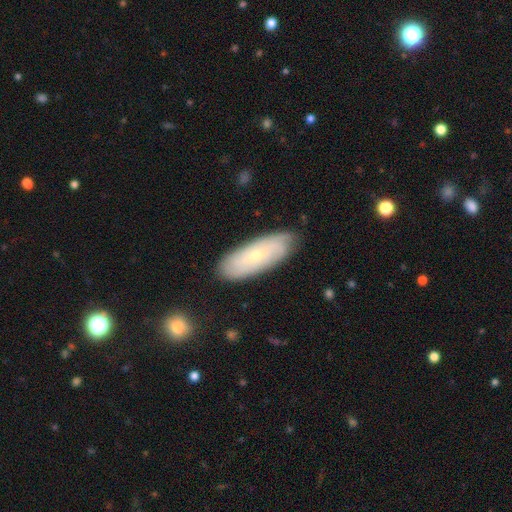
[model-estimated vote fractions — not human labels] This appears to be a featured or disk galaxy (54%). Merging: none (81%).